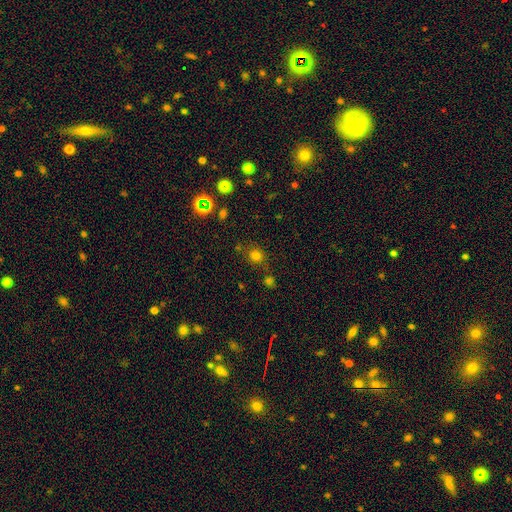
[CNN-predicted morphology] Overall: smooth (73%). How rounded: round (83%). Merging: none (75%).